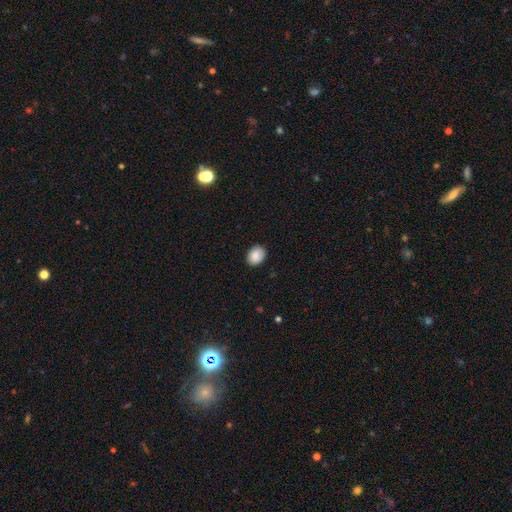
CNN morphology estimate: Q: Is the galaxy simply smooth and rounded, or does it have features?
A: smooth — 88%.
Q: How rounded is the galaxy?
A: in between — 60%.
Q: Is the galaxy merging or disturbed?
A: none — 88%.